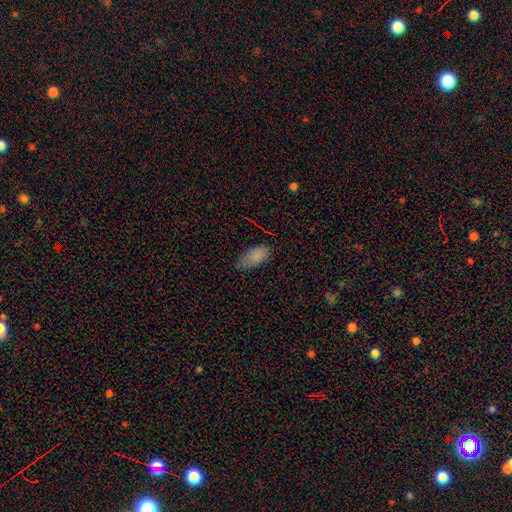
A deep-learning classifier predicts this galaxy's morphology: Smooth or featured?
  - smooth: 84% *
  - star or artifact: 10%
  - featured or disk: 6%
How rounded?
  - in between: 90% *
  - cigar-shaped: 7%
  - round: 2%
Merging?
  - none: 71% *
  - minor disturbance: 23%
  - major disturbance: 4%
  - merger: 1%